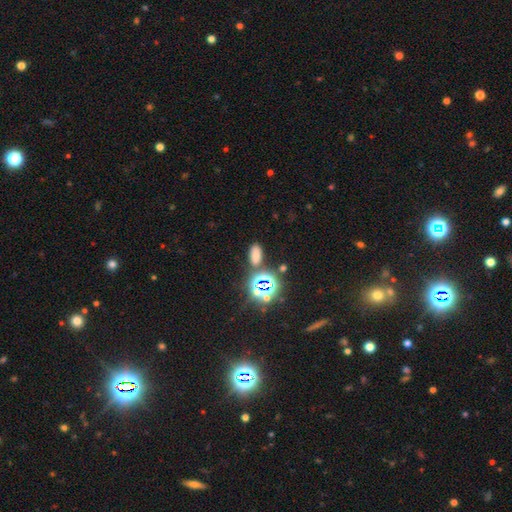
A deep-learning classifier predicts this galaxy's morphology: Q: Smooth or featured?
A: smooth (63%); runner-up: star or artifact (31%)
Q: How rounded?
A: in between (88%); runner-up: round (8%)
Q: Merging?
A: none (78%); runner-up: minor disturbance (11%)